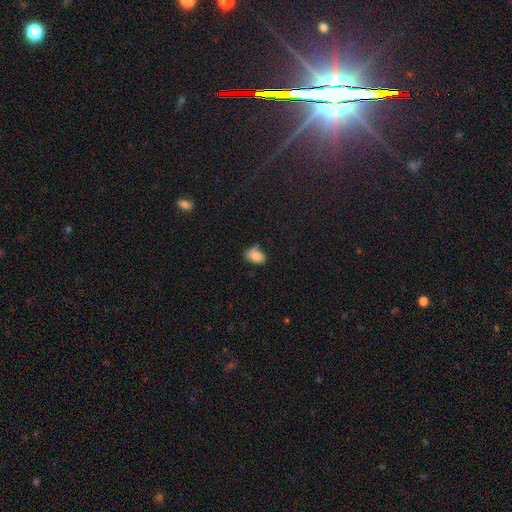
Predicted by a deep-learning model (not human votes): Smooth or featured? smooth (85%)
How rounded? in between (83%)
Merging? none (59%)